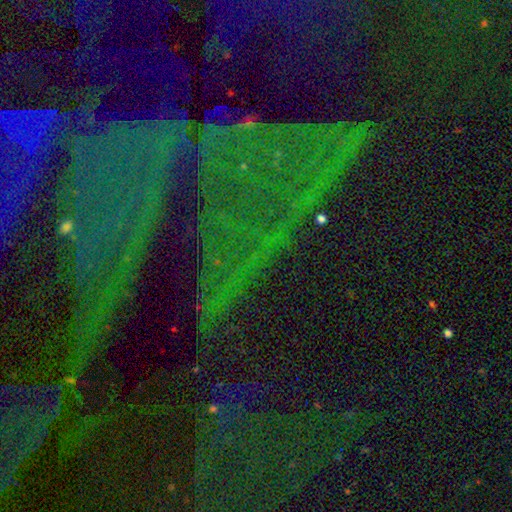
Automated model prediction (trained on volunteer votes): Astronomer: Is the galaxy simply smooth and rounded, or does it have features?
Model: star or artifact — 81%.